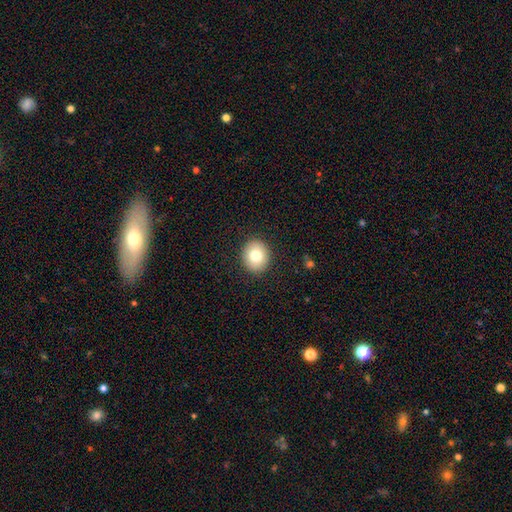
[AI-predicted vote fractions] smooth_or_featured: smooth (p=0.79) [alt: featured or disk p=0.12]
how_rounded: round (p=0.68) [alt: in between p=0.31]
merging: none (p=0.90) [alt: minor disturbance p=0.07]